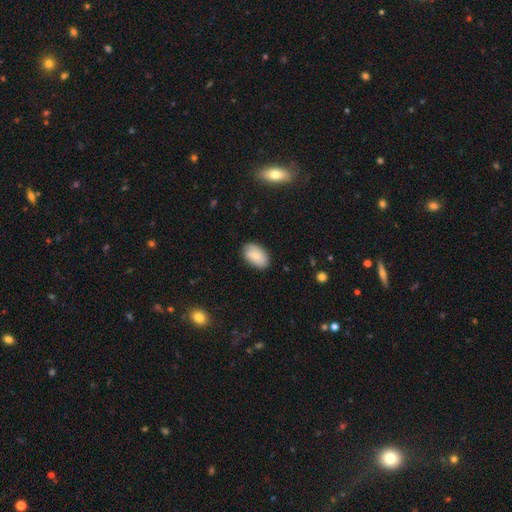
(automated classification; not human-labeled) Smooth or featured? Predicted: smooth (p=0.73). How rounded? Predicted: in between (p=0.92). Merging? Predicted: none (p=0.77).